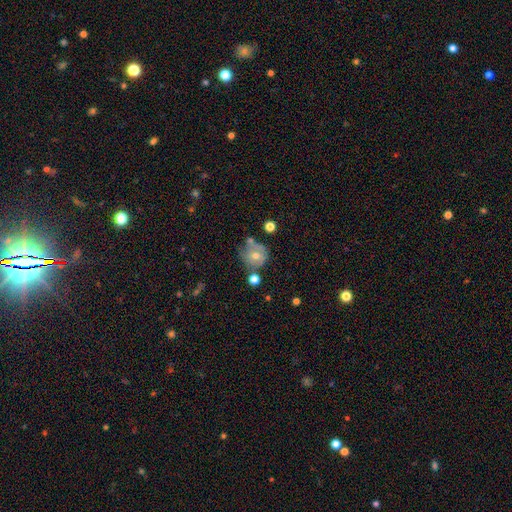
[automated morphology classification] Smooth or featured?
  - smooth: 53% *
  - featured or disk: 35%
  - star or artifact: 12%
How rounded?
  - round: 84% *
  - in between: 15%
  - cigar-shaped: 1%
Merging?
  - none: 52% *
  - minor disturbance: 22%
  - merger: 16%
  - major disturbance: 10%